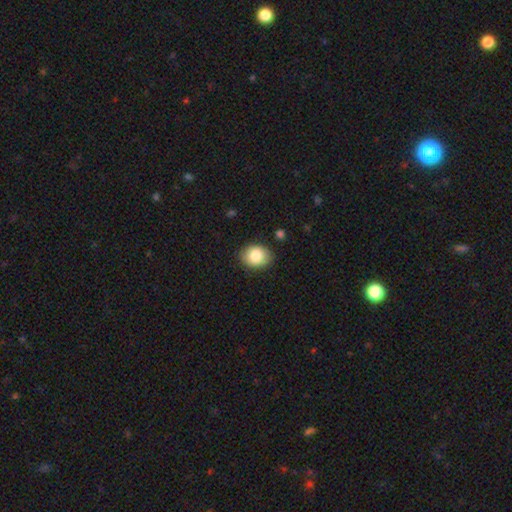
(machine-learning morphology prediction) This is clearly a smooth galaxy (85%). How rounded: possibly in between (56%). Merging: clearly none (85%).